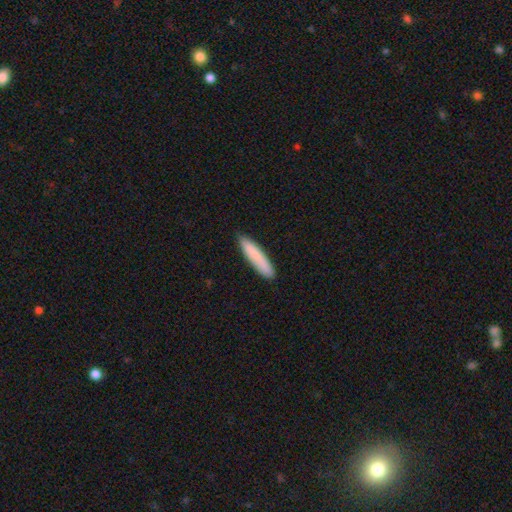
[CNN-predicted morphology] A smooth galaxy with no disk features (83%) that is cigar-shaped (85%).

Vote fractions:
- Smooth or featured? smooth: 83% / featured or disk: 11% / star or artifact: 6%
- How rounded? cigar-shaped: 85% / in between: 13% / round: 1%
- Merging? none: 86% / minor disturbance: 11% / major disturbance: 2% / merger: 1%